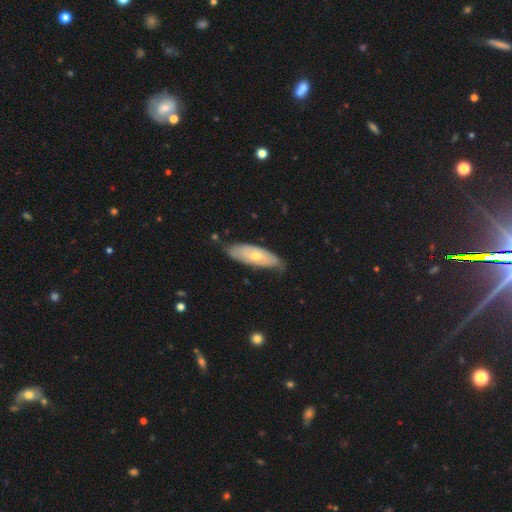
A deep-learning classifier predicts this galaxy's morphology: smooth_or_featured: featured or disk (p=0.56) [alt: smooth p=0.38]
disk_edge_on: no (p=0.73) [alt: yes p=0.27]
merging: none (p=0.69) [alt: minor disturbance p=0.25]